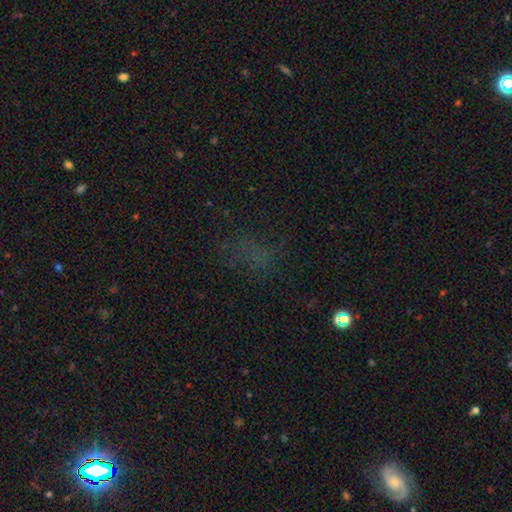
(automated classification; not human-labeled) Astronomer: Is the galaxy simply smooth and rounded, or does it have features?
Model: smooth — 43%, tied with star or artifact at 43%.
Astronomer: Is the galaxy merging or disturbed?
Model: none — 66%.